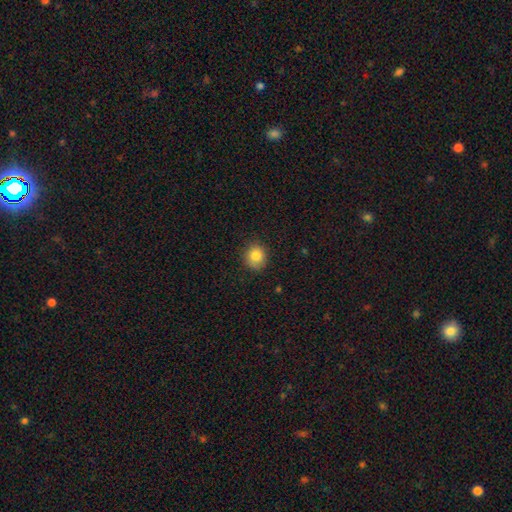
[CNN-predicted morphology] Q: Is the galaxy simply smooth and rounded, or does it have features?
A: smooth — 84%.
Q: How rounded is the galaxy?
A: round — 81%.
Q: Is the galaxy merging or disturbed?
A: none — 85%.